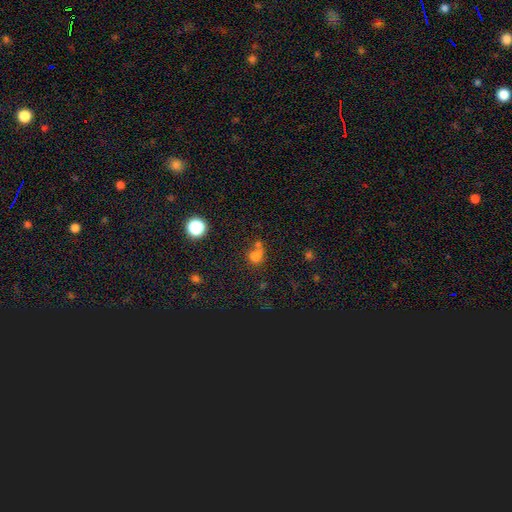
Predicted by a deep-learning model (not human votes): Overall: smooth (66%). How rounded: round (62%; in between 36%). Merging: merger (40%; none 34%).